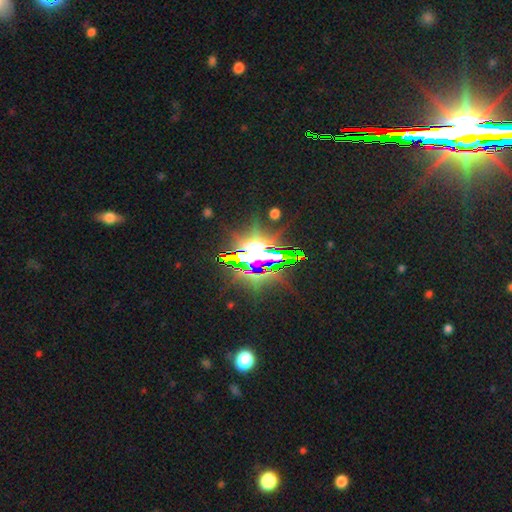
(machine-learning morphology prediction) Smooth or featured? star or artifact (79%)